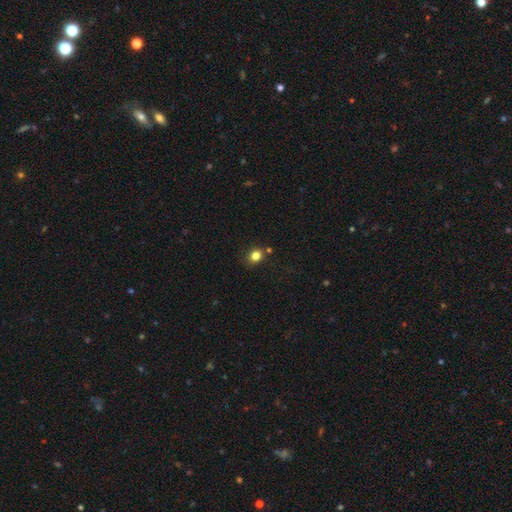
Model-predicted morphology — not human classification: A smooth galaxy with no disk features (82%) that is round (63%). Merging: none (75%).